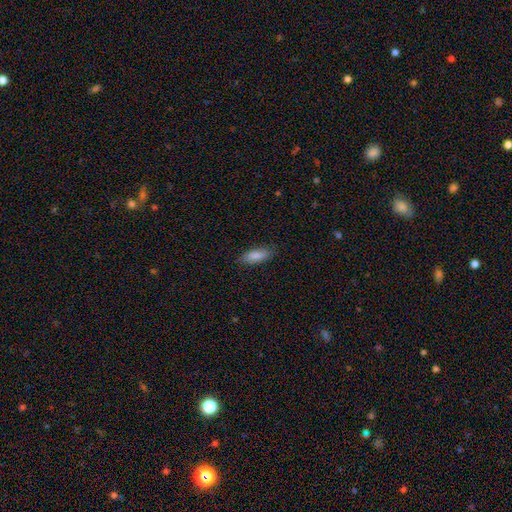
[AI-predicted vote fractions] Smooth or featured?
  - smooth: 84% *
  - featured or disk: 10%
  - star or artifact: 6%
How rounded?
  - in between: 76% *
  - cigar-shaped: 22%
  - round: 2%
Merging?
  - none: 82% *
  - minor disturbance: 14%
  - major disturbance: 3%
  - merger: 1%